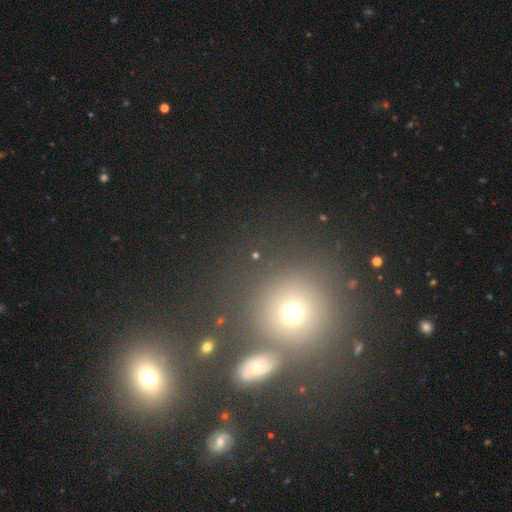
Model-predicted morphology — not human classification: type=smooth (59%); roundness=round (88%); merging=none (72%).